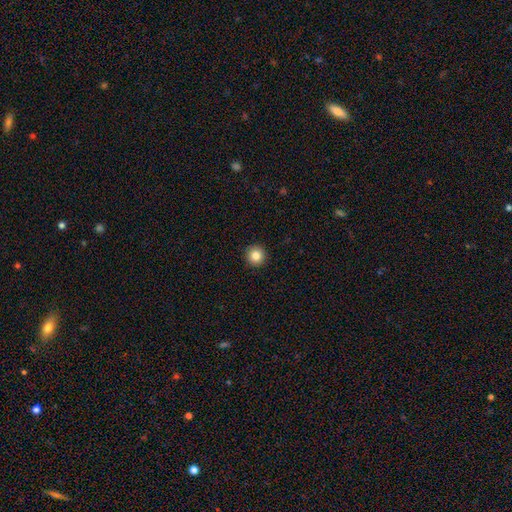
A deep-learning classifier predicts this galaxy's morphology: A smooth galaxy with no disk features (83%) that is round (96%). Merging: none (93%).